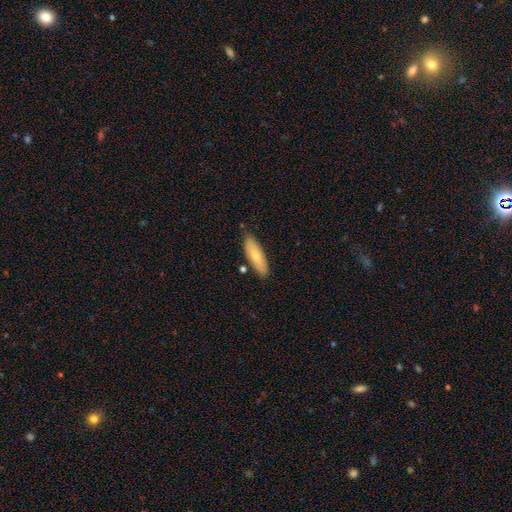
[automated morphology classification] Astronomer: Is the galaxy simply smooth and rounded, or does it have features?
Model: smooth — 70%.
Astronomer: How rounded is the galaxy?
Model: in between — 56% (runner-up: cigar-shaped, 42%).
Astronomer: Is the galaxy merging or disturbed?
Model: none — 80%.